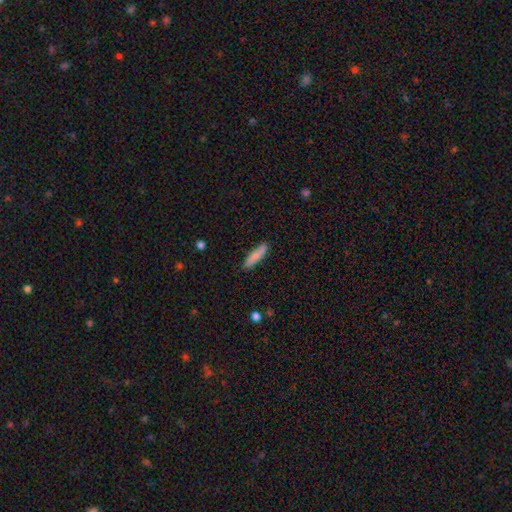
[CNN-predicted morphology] Smooth or featured? smooth (81%)
How rounded? cigar-shaped (76%)
Merging? none (86%)